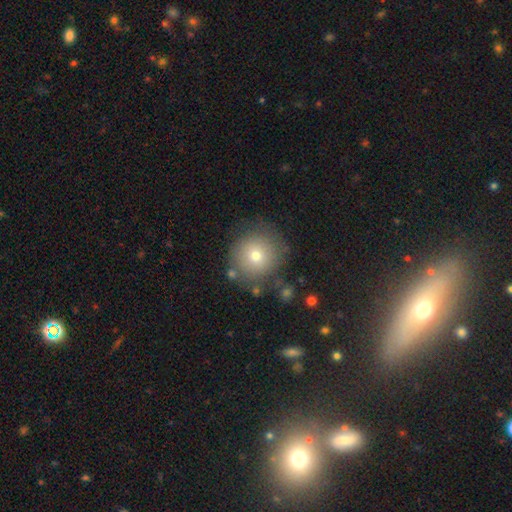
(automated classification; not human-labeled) Overall: smooth (72%). How rounded: round (93%). Merging: none (78%).